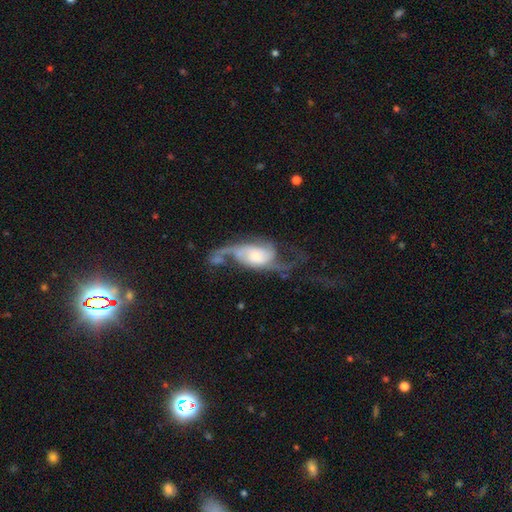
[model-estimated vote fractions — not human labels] Smooth or featured? featured or disk (79%)
Edge-on disk? no (95%)
Bar? no (60%)
Spiral arms? yes (91%)
Spiral winding? loose (69%)
Spiral arm count? 2 (72%)
Bulge size? small (43%)
Merging? major disturbance (42%)